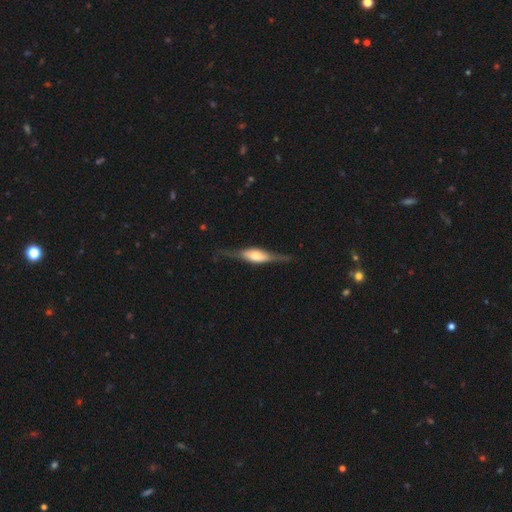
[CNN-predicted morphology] A featured or disk galaxy (72%) viewed edge-on (93%) with a rounded central bulge (73%). Merging: none (78%).